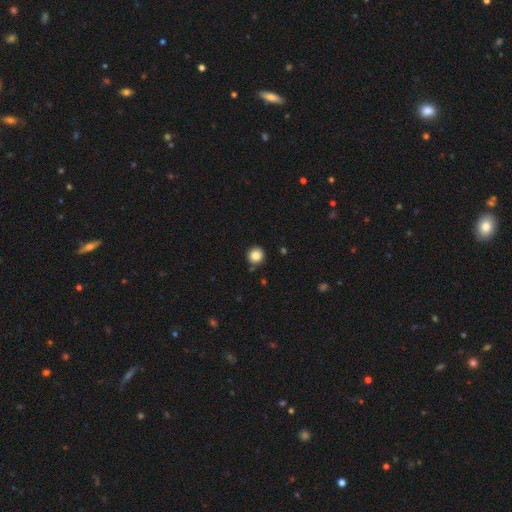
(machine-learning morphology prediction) smooth-or-featured: smooth: 86% | star or artifact: 10% | featured or disk: 4%
  how-rounded: round: 94% | in between: 5% | cigar-shaped: 1%
  merging: none: 86% | minor disturbance: 9% | merger: 3% | major disturbance: 2%